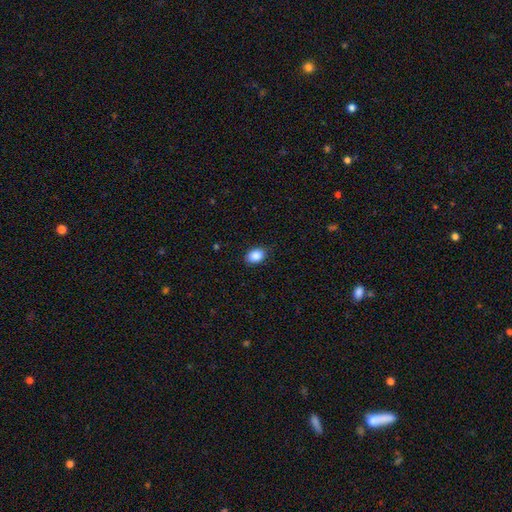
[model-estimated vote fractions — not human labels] Smooth or featured? Predicted: smooth (p=0.88). How rounded? Predicted: in between (p=0.76). Merging? Predicted: none (p=0.85).